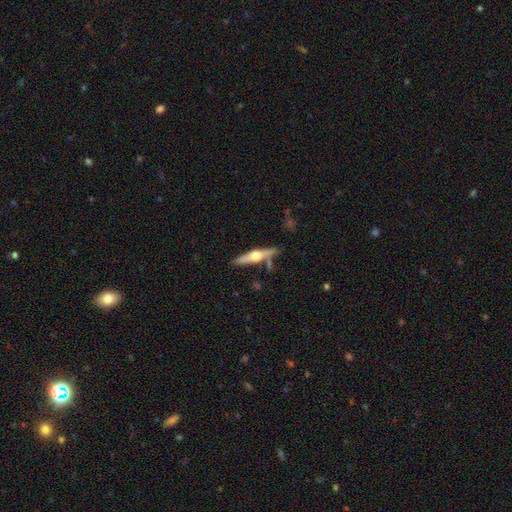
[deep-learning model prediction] Morphology: type=featured or disk (62%); edge-on=yes (96%); edge-on bulge=rounded (94%); merging=none (76%).